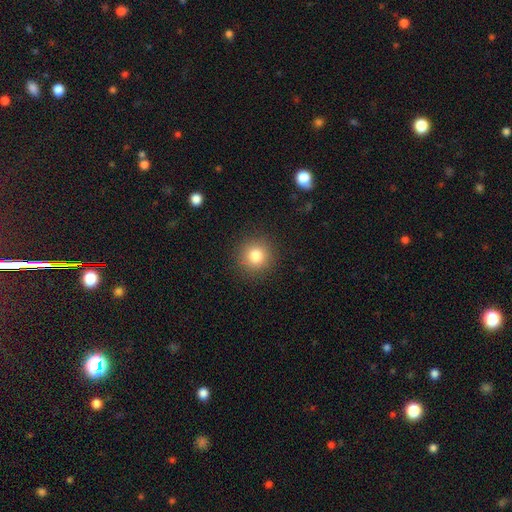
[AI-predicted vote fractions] smooth_or_featured: smooth (p=0.82) [alt: star or artifact p=0.11]
how_rounded: round (p=0.94) [alt: in between p=0.05]
merging: none (p=0.91) [alt: minor disturbance p=0.06]